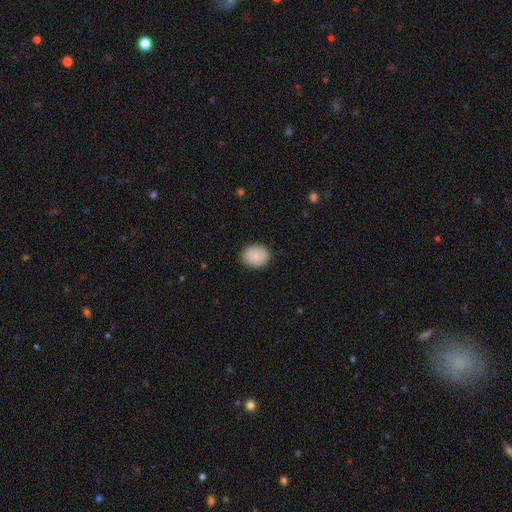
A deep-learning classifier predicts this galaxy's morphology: Smooth or featured? Predicted: smooth (p=0.85). How rounded? Predicted: round (p=0.55). Merging? Predicted: none (p=0.86).